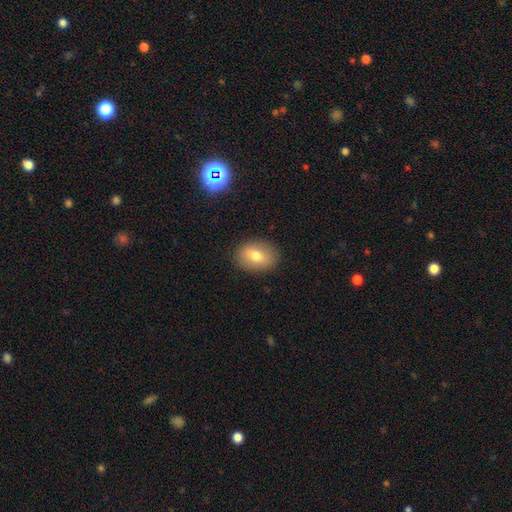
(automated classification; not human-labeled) The model was most divided on "how rounded": in between: 70%, round: 29%, cigar-shaped: 2%. More confident: merging — none (87%); smooth or featured — smooth (69%).